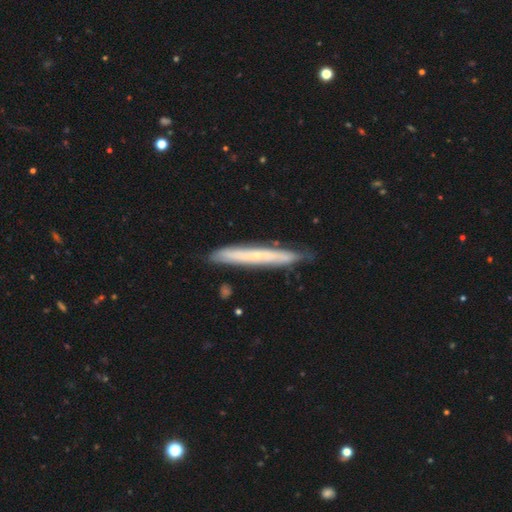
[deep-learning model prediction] Morphology: type=featured or disk (47%); merging=none (85%).